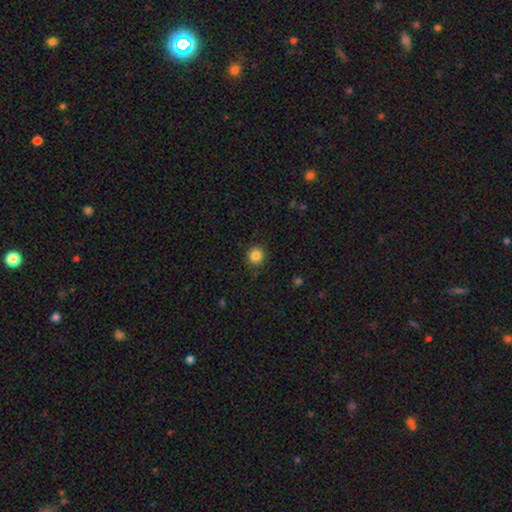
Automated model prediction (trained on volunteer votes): Overall: smooth (85%). How rounded: round (92%). Merging: none (90%).